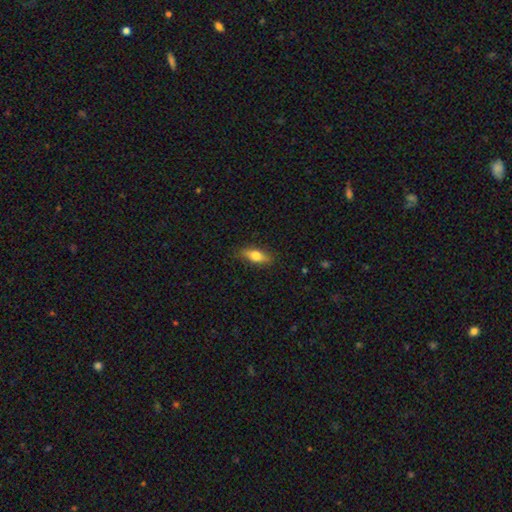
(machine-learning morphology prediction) A smooth galaxy with no disk features (68%) that is in between round and cigar-shaped (64%). Merging: none (83%).